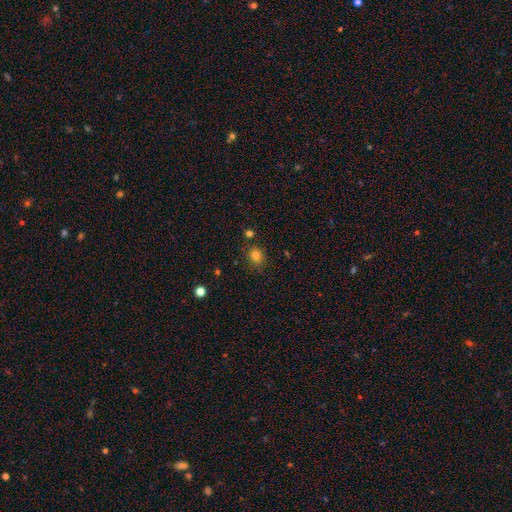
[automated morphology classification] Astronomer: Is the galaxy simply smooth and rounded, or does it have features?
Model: smooth — 80%.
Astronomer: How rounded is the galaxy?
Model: round — 66%.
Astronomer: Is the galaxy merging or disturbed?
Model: none — 79%.